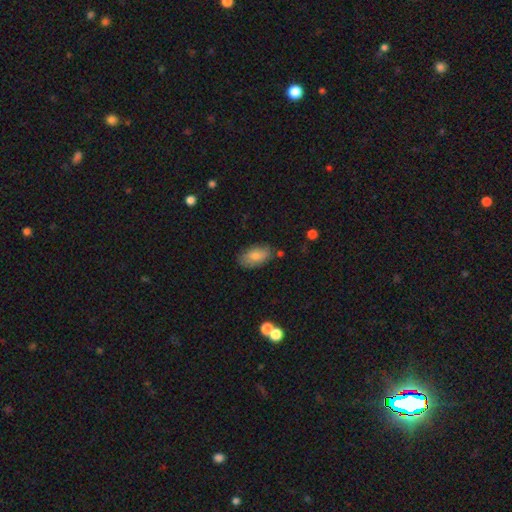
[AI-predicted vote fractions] smooth_or_featured: smooth (p=0.80) [alt: featured or disk p=0.13]
how_rounded: in between (p=0.93) [alt: round p=0.04]
merging: none (p=0.76) [alt: minor disturbance p=0.17]